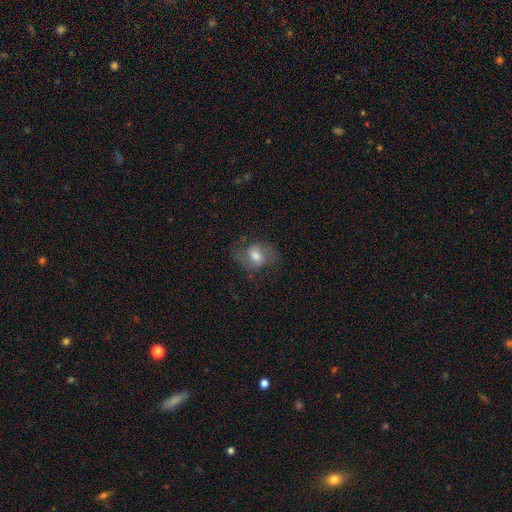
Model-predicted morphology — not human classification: This is possibly a smooth galaxy (54%). How rounded: likely in between (63%). Merging: likely none (66%).